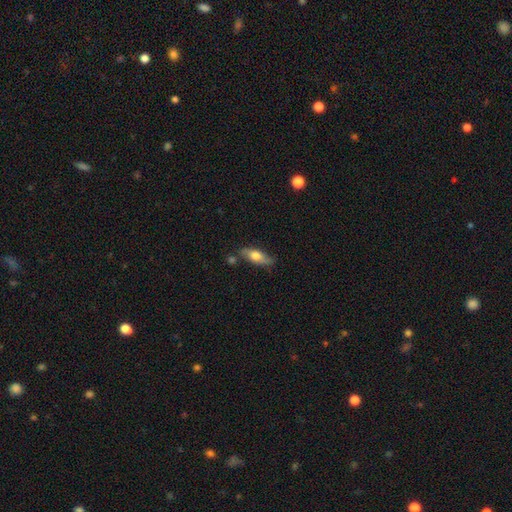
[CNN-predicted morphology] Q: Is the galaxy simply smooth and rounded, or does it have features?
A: smooth — 61%.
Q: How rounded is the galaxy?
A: in between — 66%.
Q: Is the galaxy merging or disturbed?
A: none — 69%.